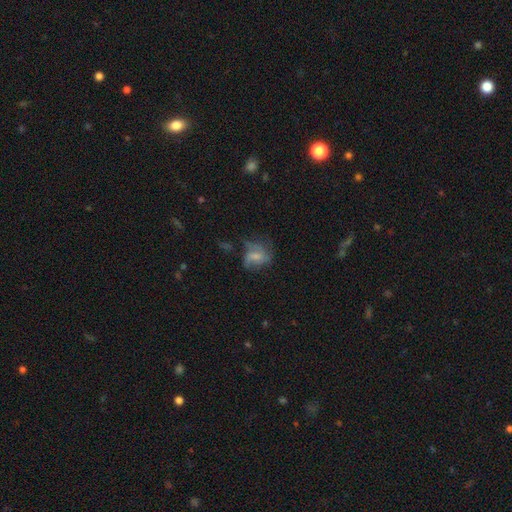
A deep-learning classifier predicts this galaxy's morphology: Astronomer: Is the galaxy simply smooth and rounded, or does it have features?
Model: featured or disk — 48% (runner-up: smooth, 40%).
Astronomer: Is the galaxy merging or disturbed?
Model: none — 36% (runner-up: major disturbance, 35%).